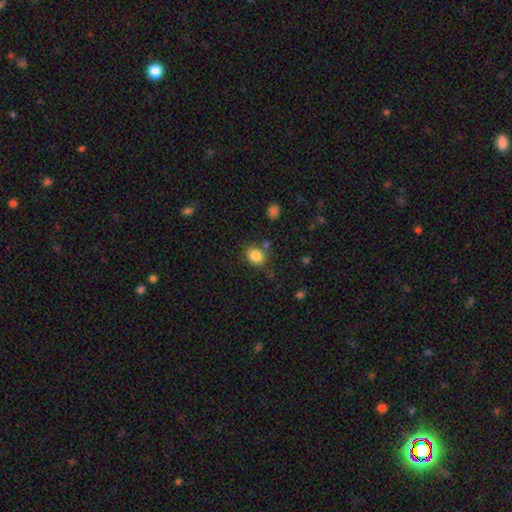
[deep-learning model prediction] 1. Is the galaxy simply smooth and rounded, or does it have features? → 84% smooth, 10% star or artifact, 5% featured or disk.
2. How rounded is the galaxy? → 55% round, 44% in between, 1% cigar-shaped.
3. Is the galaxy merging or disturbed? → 74% none, 13% minor disturbance, 8% merger, 4% major disturbance.